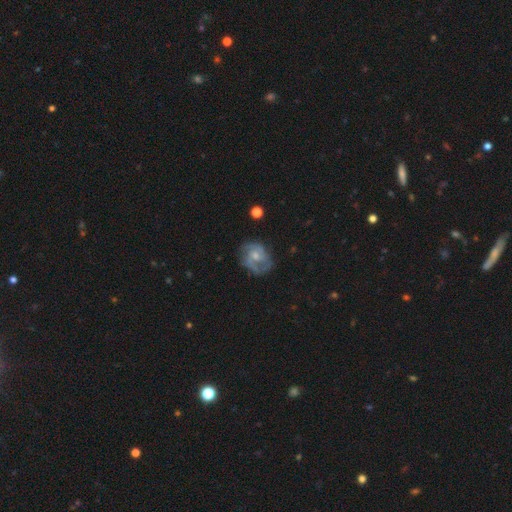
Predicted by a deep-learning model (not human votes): Smooth or featured: featured or disk — 75% (smooth — 18%)
Edge-on disk: no — 98% (yes — 2%)
Bar: no — 60% (weak — 35%)
Spiral arms: yes — 89% (no — 11%)
Spiral winding: medium — 48% (tight — 35%)
Spiral arm count: 2 — 57% (can't tell — 19%)
Bulge size: moderate — 45% (small — 44%)
Merging: none — 64% (minor disturbance — 22%)